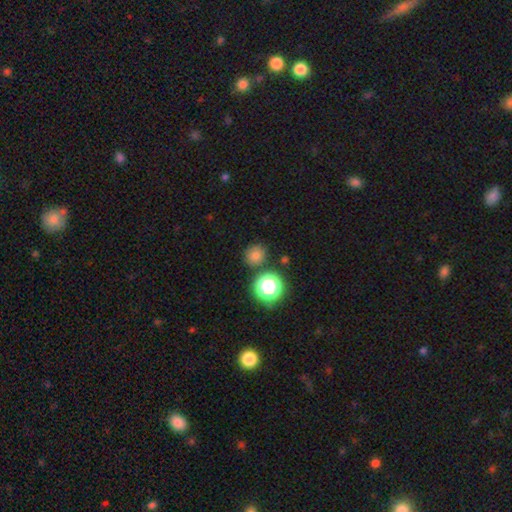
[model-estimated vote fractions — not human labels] Smooth or featured?
  - smooth: 74% *
  - star or artifact: 19%
  - featured or disk: 7%
How rounded?
  - round: 89% *
  - in between: 10%
  - cigar-shaped: 1%
Merging?
  - none: 82% *
  - minor disturbance: 9%
  - merger: 6%
  - major disturbance: 3%